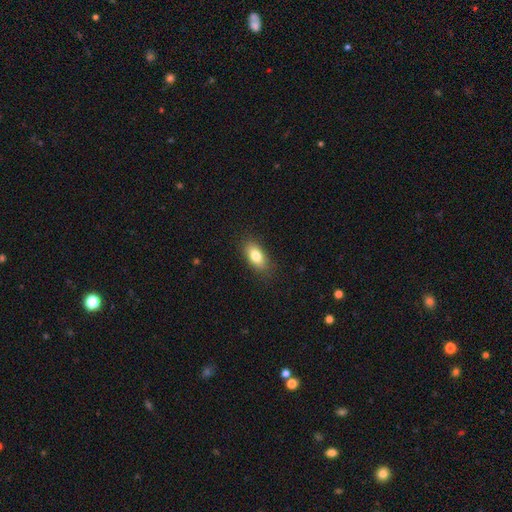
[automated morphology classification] This is clearly a smooth galaxy (81%). How rounded: clearly in between (87%). Merging: clearly none (87%).